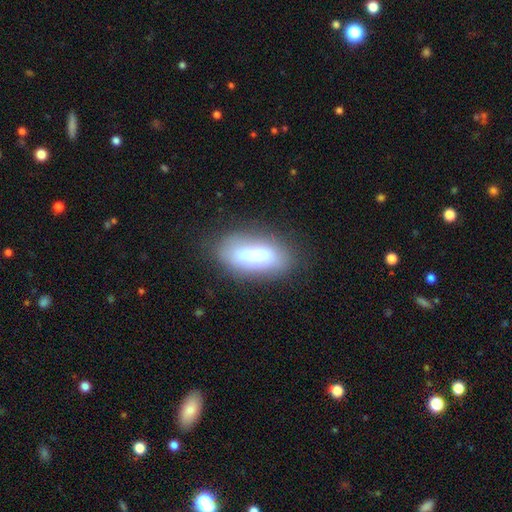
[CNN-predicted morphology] smooth_or_featured: smooth (p=0.65) [alt: featured or disk p=0.24]
how_rounded: in between (p=0.80) [alt: cigar-shaped p=0.14]
merging: none (p=0.70) [alt: minor disturbance p=0.17]